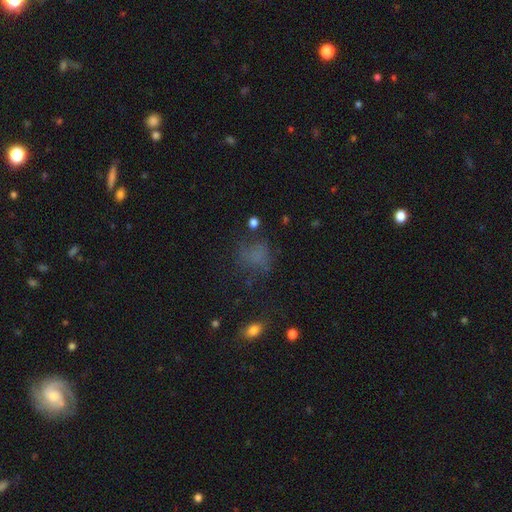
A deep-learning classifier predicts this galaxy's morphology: smooth_or_featured: smooth (p=0.61) [alt: star or artifact p=0.23]
how_rounded: round (p=0.61) [alt: in between p=0.38]
merging: none (p=0.51) [alt: major disturbance p=0.23]